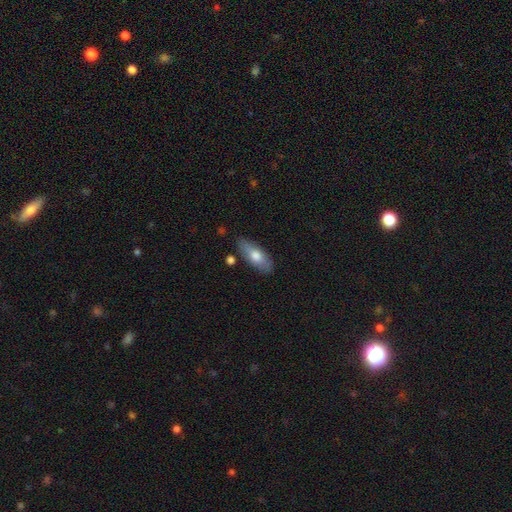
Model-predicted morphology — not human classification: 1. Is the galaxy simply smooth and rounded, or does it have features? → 67% smooth, 27% featured or disk, 6% star or artifact.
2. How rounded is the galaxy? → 74% in between, 23% cigar-shaped, 3% round.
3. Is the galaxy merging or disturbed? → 77% none, 16% minor disturbance, 4% merger, 3% major disturbance.